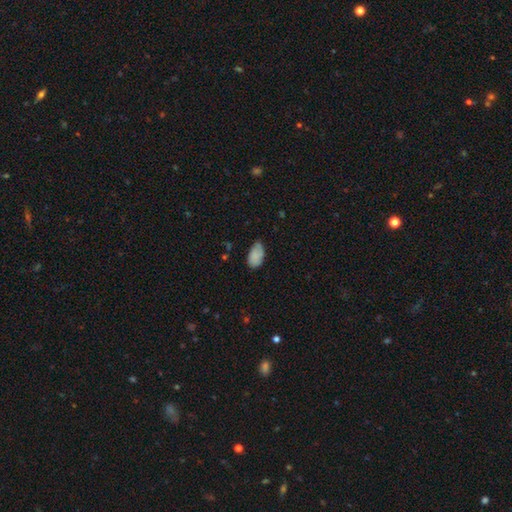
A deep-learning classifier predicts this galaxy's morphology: This is clearly a smooth galaxy (84%). How rounded: clearly in between (94%). Merging: possibly none (57%).